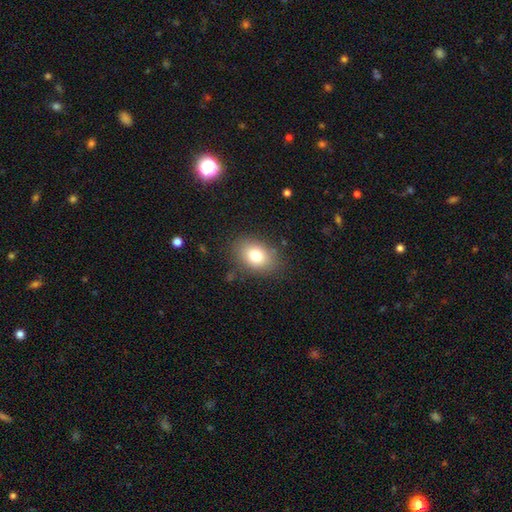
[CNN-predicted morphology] smooth_or_featured: smooth (p=0.77) [alt: featured or disk p=0.12]
how_rounded: in between (p=0.68) [alt: round p=0.31]
merging: none (p=0.83) [alt: minor disturbance p=0.11]